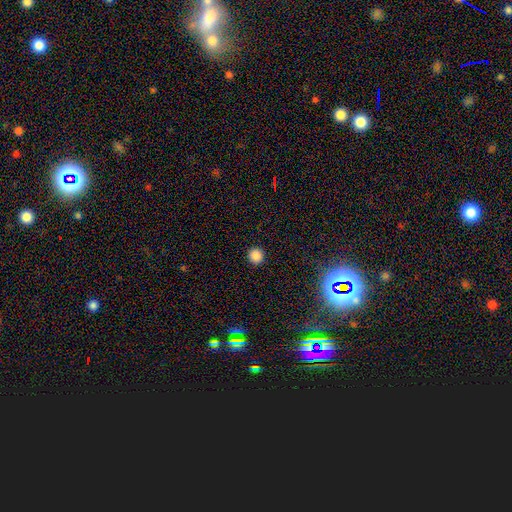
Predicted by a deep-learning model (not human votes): smooth_or_featured: smooth (p=0.85) [alt: star or artifact p=0.12]
how_rounded: round (p=0.91) [alt: in between p=0.08]
merging: none (p=0.92) [alt: minor disturbance p=0.05]